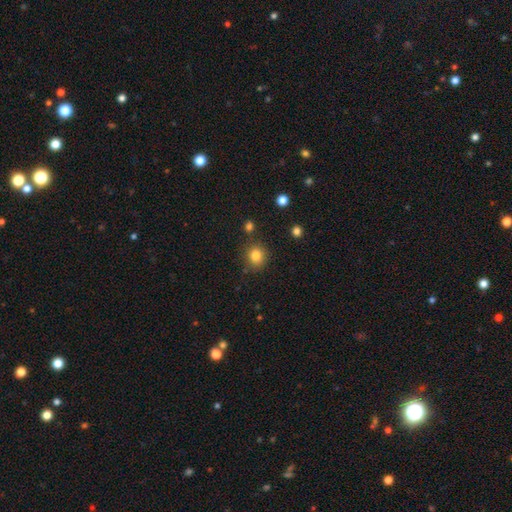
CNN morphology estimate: smooth-or-featured: smooth: 83% | star or artifact: 12% | featured or disk: 5%
  how-rounded: round: 86% | in between: 13% | cigar-shaped: 1%
  merging: none: 82% | minor disturbance: 10% | merger: 5% | major disturbance: 3%